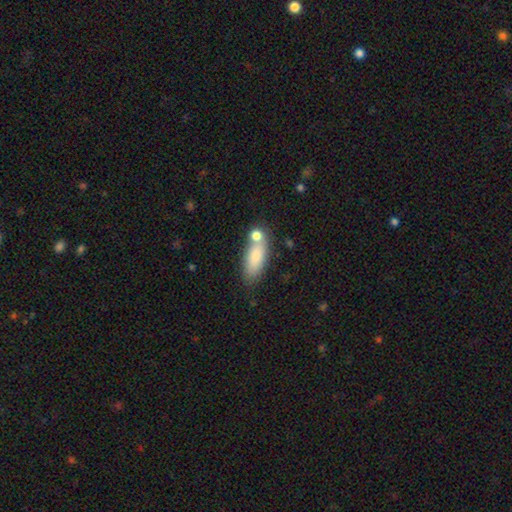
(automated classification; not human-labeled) Smooth or featured: smooth — 79% (featured or disk — 14%)
How rounded: in between — 75% (cigar-shaped — 22%)
Merging: none — 61% (merger — 19%)